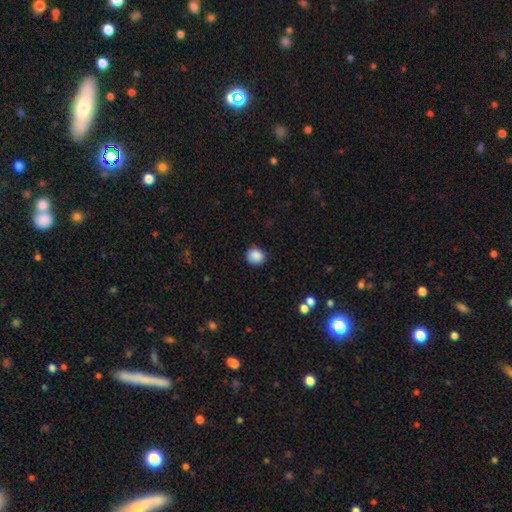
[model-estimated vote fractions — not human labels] Smooth or featured? Predicted: smooth (p=0.88). How rounded? Predicted: round (p=0.84). Merging? Predicted: none (p=0.85).